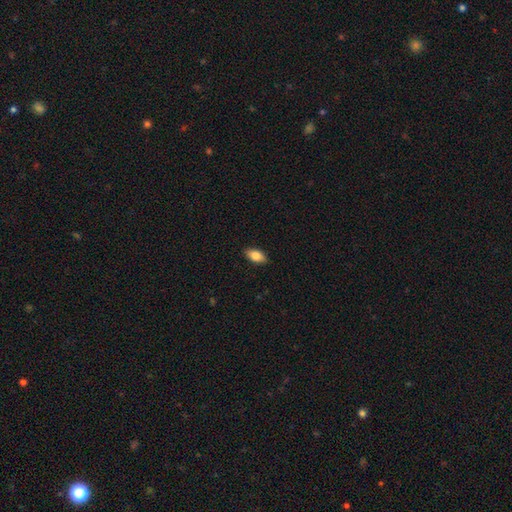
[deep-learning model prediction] smooth 81%, featured or disk 12%, star or artifact 7%. Down the decision tree: how rounded — in between (90%); merging — none (88%).